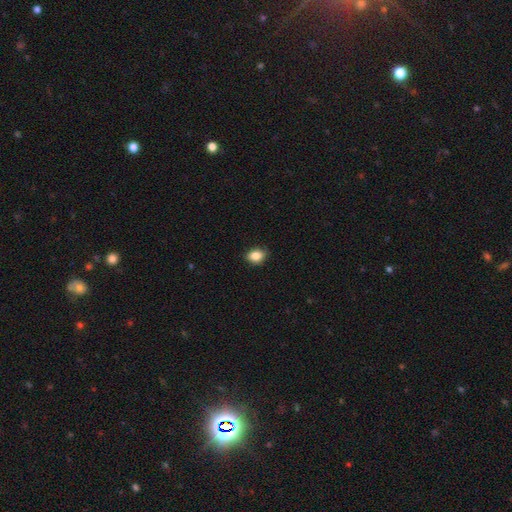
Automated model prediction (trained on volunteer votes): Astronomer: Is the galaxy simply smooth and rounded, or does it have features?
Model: smooth — 85%.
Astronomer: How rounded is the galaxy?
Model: in between — 66%.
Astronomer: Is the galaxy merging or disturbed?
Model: none — 84%.